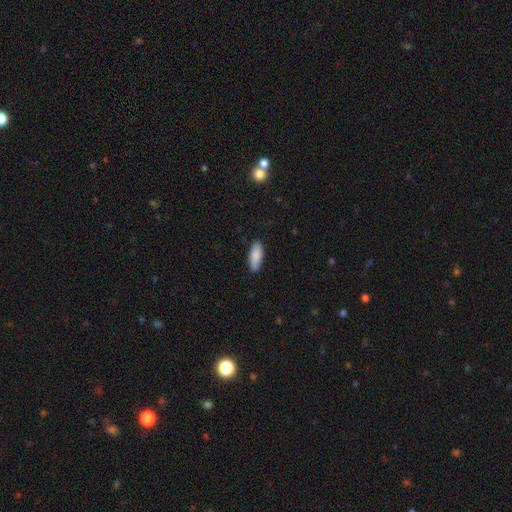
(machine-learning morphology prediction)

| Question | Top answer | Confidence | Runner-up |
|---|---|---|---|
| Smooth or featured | smooth | 88% | featured or disk (6%) |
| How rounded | in between | 76% | cigar-shaped (22%) |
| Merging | none | 87% | minor disturbance (11%) |